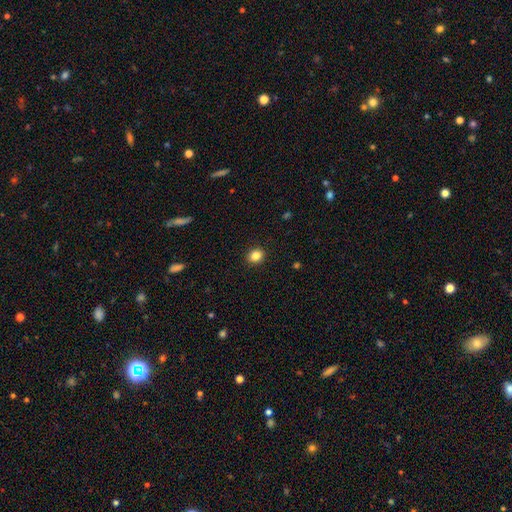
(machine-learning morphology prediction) Smooth or featured: smooth — 85% (star or artifact — 11%)
How rounded: round — 69% (in between — 30%)
Merging: none — 91% (minor disturbance — 6%)